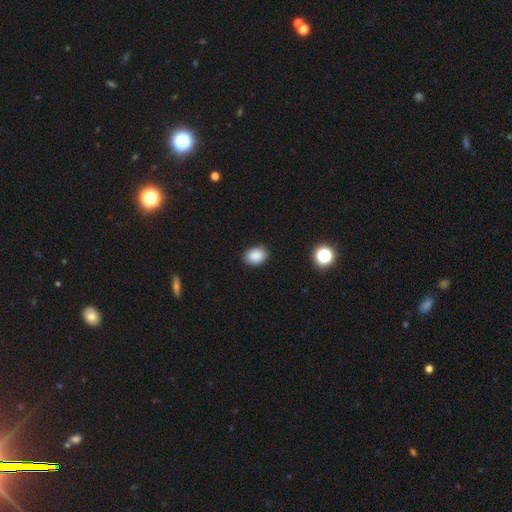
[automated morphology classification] Q: Smooth or featured?
A: smooth (87%); runner-up: star or artifact (9%)
Q: How rounded?
A: in between (68%); runner-up: round (31%)
Q: Merging?
A: none (87%); runner-up: minor disturbance (9%)